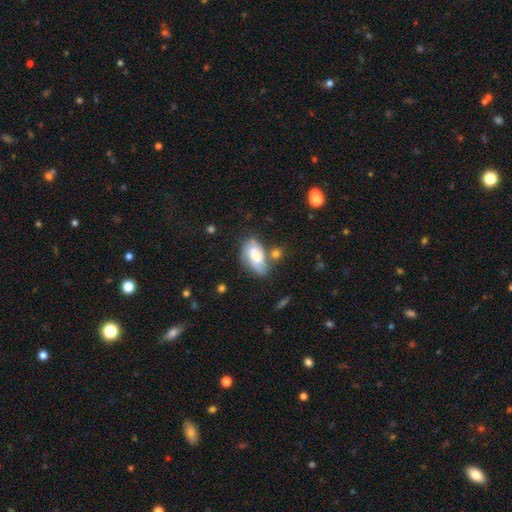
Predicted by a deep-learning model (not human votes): smooth 60%, featured or disk 32%, star or artifact 8%. Down the decision tree: how rounded — in between (91%); merging — none (49%).